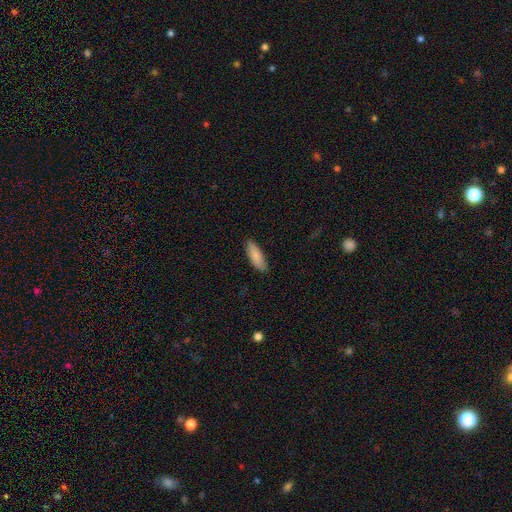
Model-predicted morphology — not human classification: type=smooth (87%); roundness=in between (62%); merging=none (87%).